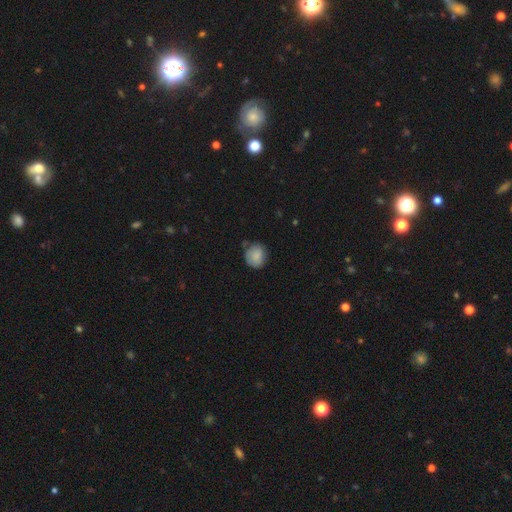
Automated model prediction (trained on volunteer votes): A smooth galaxy with no disk features (84%) that is round (77%).

Vote fractions:
- Smooth or featured? smooth: 84% / featured or disk: 9% / star or artifact: 7%
- How rounded? round: 77% / in between: 22% / cigar-shaped: 1%
- Merging? none: 68% / minor disturbance: 23% / major disturbance: 5% / merger: 4%